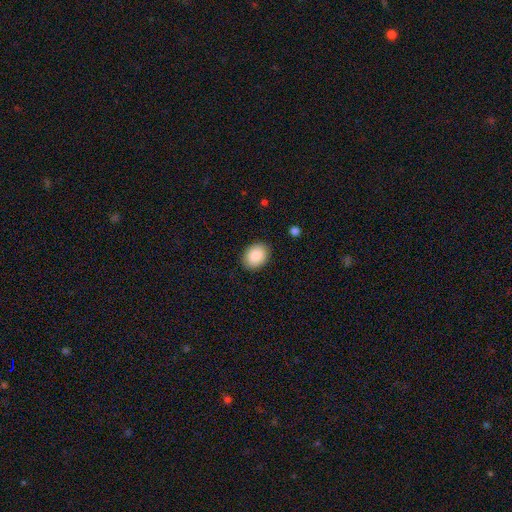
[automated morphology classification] Smooth or featured?
  - smooth: 88% *
  - star or artifact: 7%
  - featured or disk: 5%
How rounded?
  - in between: 60% *
  - round: 39%
  - cigar-shaped: 1%
Merging?
  - none: 88% *
  - minor disturbance: 9%
  - major disturbance: 2%
  - merger: 1%